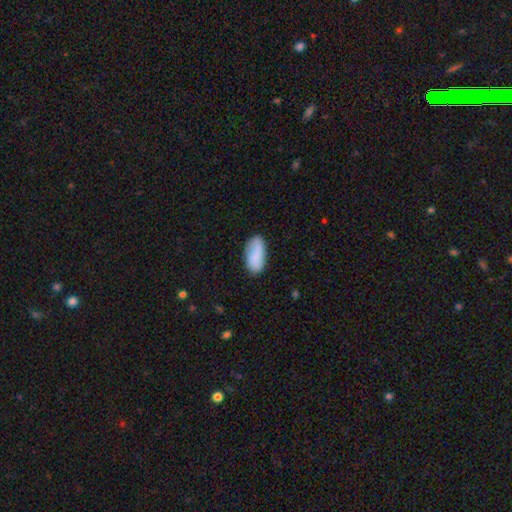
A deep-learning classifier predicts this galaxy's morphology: smooth-or-featured: smooth: 84% | featured or disk: 10% | star or artifact: 6%
  how-rounded: in between: 90% | cigar-shaped: 8% | round: 2%
  merging: none: 80% | minor disturbance: 15% | major disturbance: 3% | merger: 1%